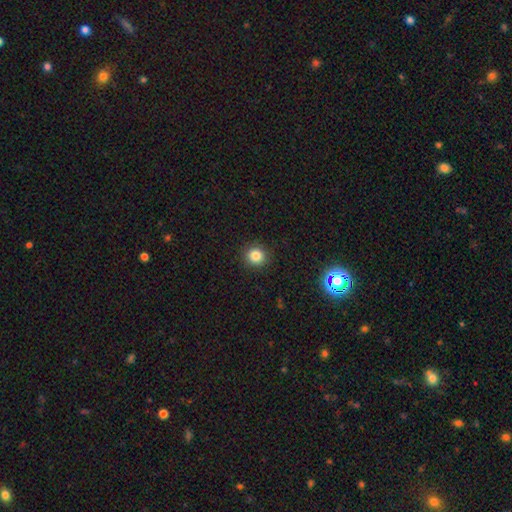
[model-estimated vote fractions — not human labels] The model was most divided on "smooth or featured": smooth: 82%, star or artifact: 12%, featured or disk: 5%. More confident: merging — none (91%); how rounded — round (88%).